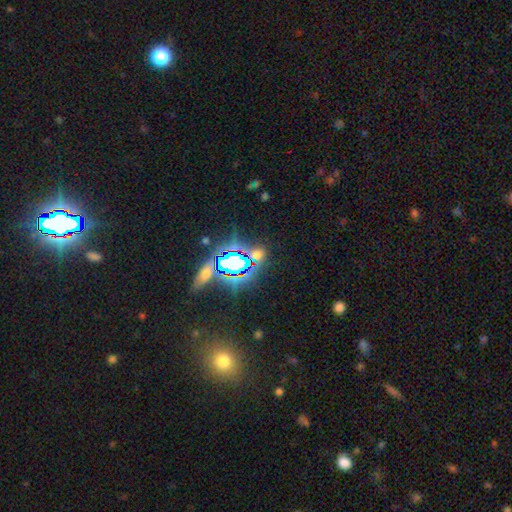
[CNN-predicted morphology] smooth_or_featured: star or artifact (p=0.65) [alt: smooth p=0.26]